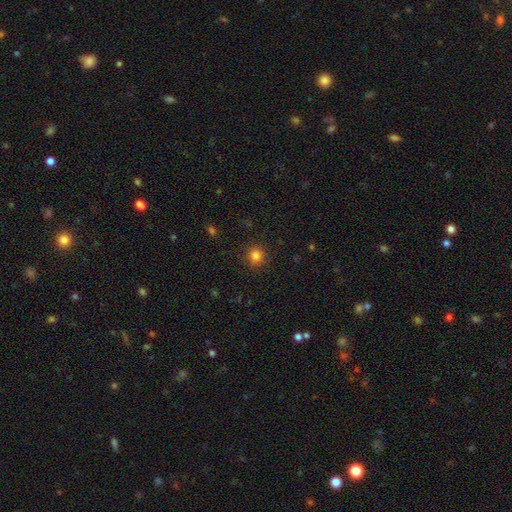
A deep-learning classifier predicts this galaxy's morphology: A smooth galaxy with no disk features (82%) that is round (89%). Merging: none (90%).